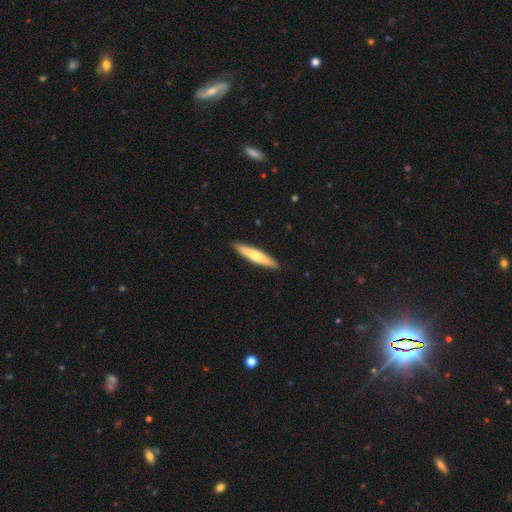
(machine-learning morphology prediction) smooth-or-featured: smooth: 62% | featured or disk: 33% | star or artifact: 5%
  how-rounded: cigar-shaped: 88% | in between: 11% | round: 1%
  merging: none: 91% | minor disturbance: 6% | major disturbance: 1% | merger: 1%